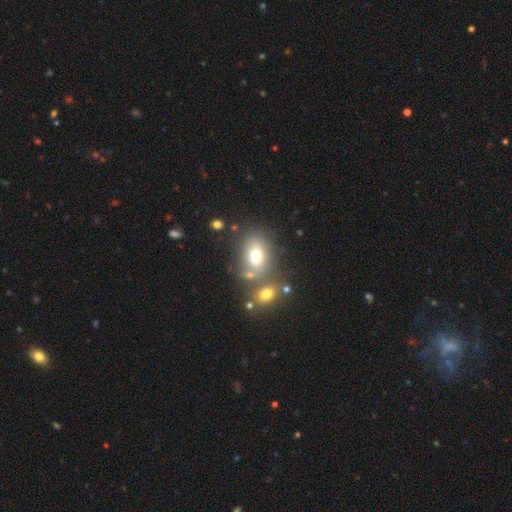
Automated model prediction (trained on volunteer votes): smooth_or_featured: smooth (p=0.71) [alt: featured or disk p=0.16]
how_rounded: in between (p=0.75) [alt: round p=0.23]
merging: none (p=0.58) [alt: merger p=0.24]